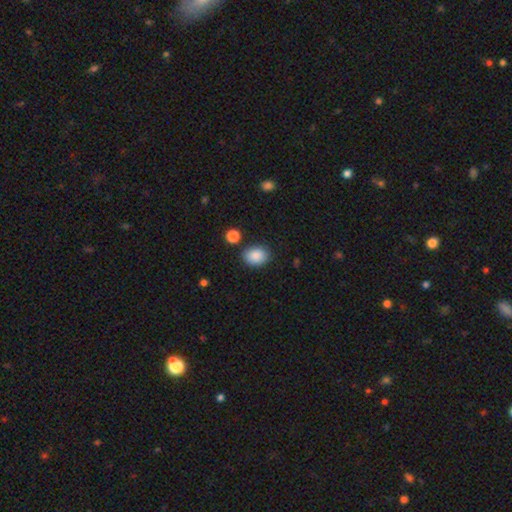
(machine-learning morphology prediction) Smooth or featured?
  - smooth: 87% *
  - star or artifact: 8%
  - featured or disk: 5%
How rounded?
  - in between: 66% *
  - round: 33%
  - cigar-shaped: 1%
Merging?
  - none: 81% *
  - minor disturbance: 12%
  - merger: 4%
  - major disturbance: 3%